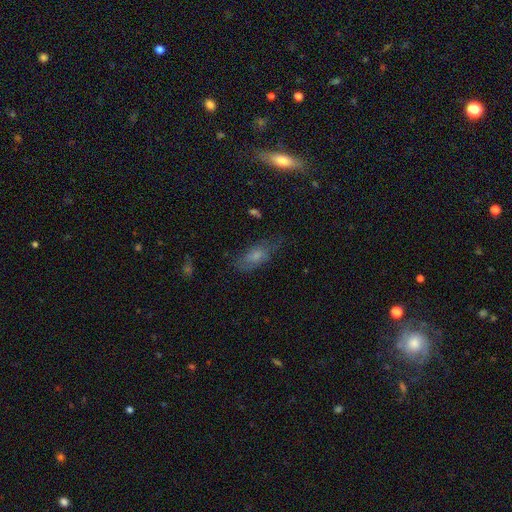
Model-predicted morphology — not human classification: Q: Smooth or featured?
A: smooth (59%); runner-up: featured or disk (29%)
Q: How rounded?
A: in between (81%); runner-up: cigar-shaped (14%)
Q: Merging?
A: none (59%); runner-up: minor disturbance (26%)